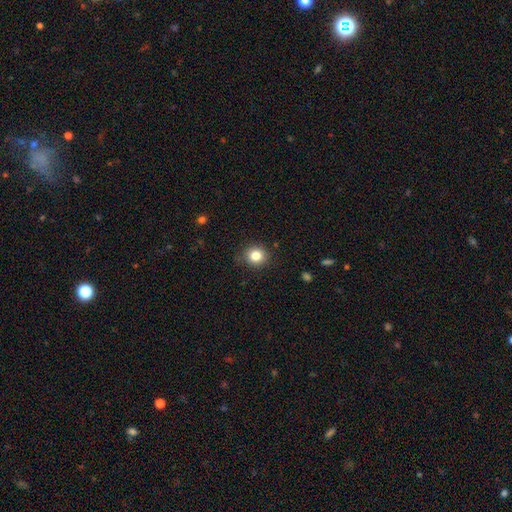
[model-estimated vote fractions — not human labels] This is clearly a smooth galaxy (83%). How rounded: clearly round (87%). Merging: clearly none (87%).